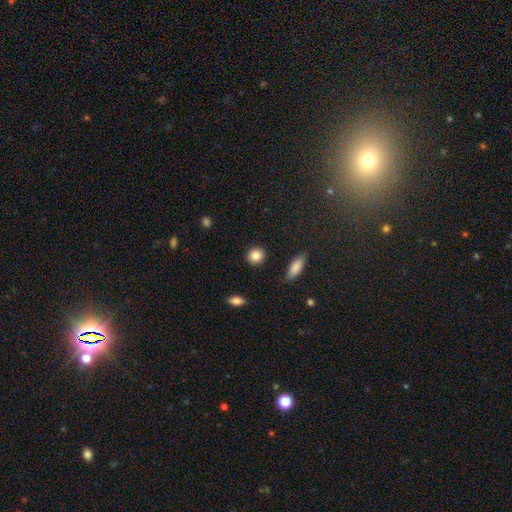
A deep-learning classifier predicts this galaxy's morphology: Overall: smooth (86%). How rounded: round (85%). Merging: none (89%).